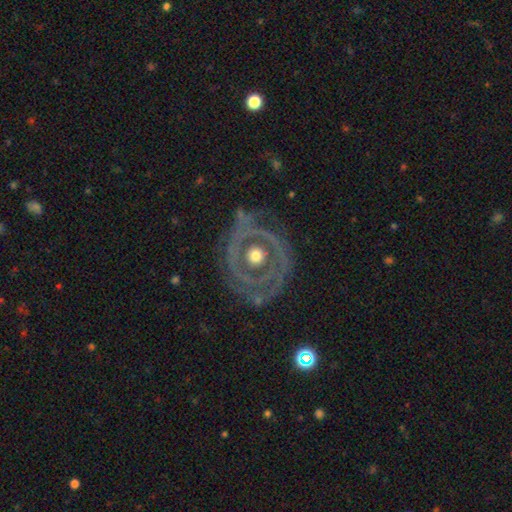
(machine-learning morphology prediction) type=featured or disk (78%); edge-on=no (96%); bar=no (86%); spiral arms=yes (52%); bulge=moderate (73%); merging=none (66%).